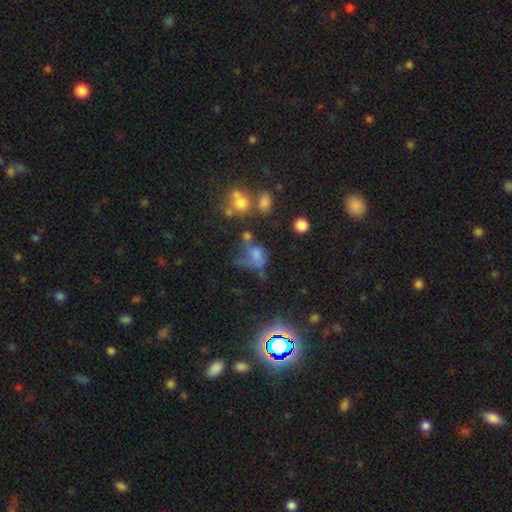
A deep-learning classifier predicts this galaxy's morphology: Smooth or featured: smooth — 57% (featured or disk — 22%)
How rounded: in between — 60% (round — 38%)
Merging: major disturbance — 33% (none — 26%)